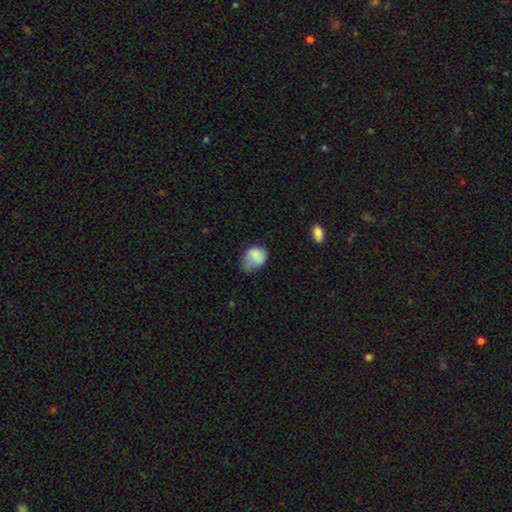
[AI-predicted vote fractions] Smooth or featured?
  - smooth: 81% *
  - featured or disk: 11%
  - star or artifact: 8%
How rounded?
  - in between: 53% *
  - round: 46%
  - cigar-shaped: 1%
Merging?
  - minor disturbance: 41% *
  - none: 34%
  - major disturbance: 23%
  - merger: 2%